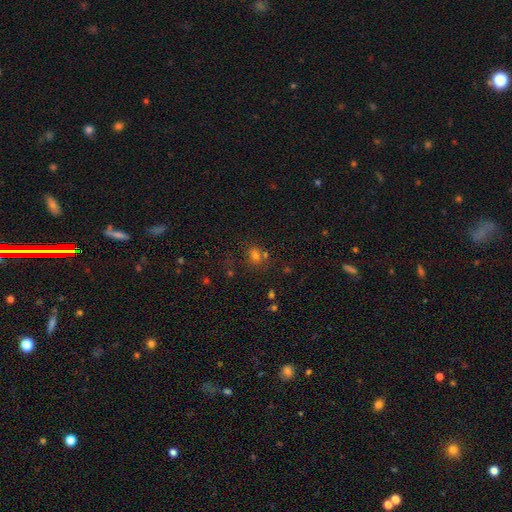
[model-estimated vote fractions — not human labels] Smooth or featured?
  - smooth: 58% *
  - star or artifact: 32%
  - featured or disk: 10%
How rounded?
  - round: 72% *
  - in between: 27%
  - cigar-shaped: 1%
Merging?
  - none: 65% *
  - merger: 18%
  - minor disturbance: 12%
  - major disturbance: 5%